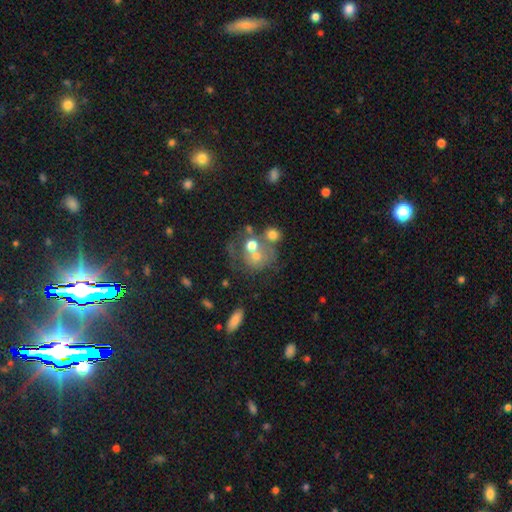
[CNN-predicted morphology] A smooth galaxy with no disk features (46%).

Vote fractions:
- Smooth or featured? smooth: 46% / featured or disk: 37% / star or artifact: 18%
- Merging? merger: 36% / none: 34% / major disturbance: 15% / minor disturbance: 14%